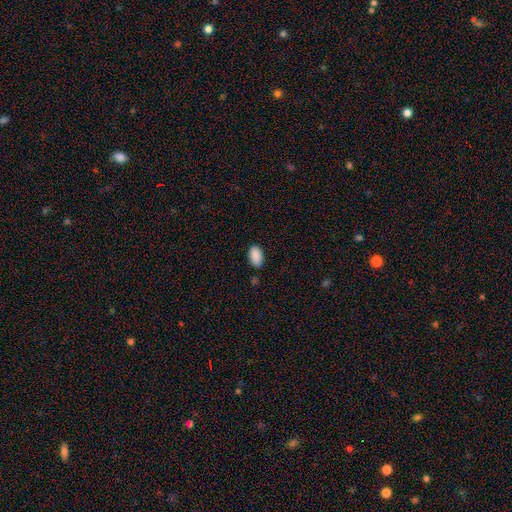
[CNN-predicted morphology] A smooth galaxy with no disk features (90%) that is in between round and cigar-shaped (94%).

Vote fractions:
- Smooth or featured? smooth: 90% / star or artifact: 7% / featured or disk: 3%
- How rounded? in between: 94% / round: 4% / cigar-shaped: 2%
- Merging? none: 84% / minor disturbance: 11% / major disturbance: 2% / merger: 2%